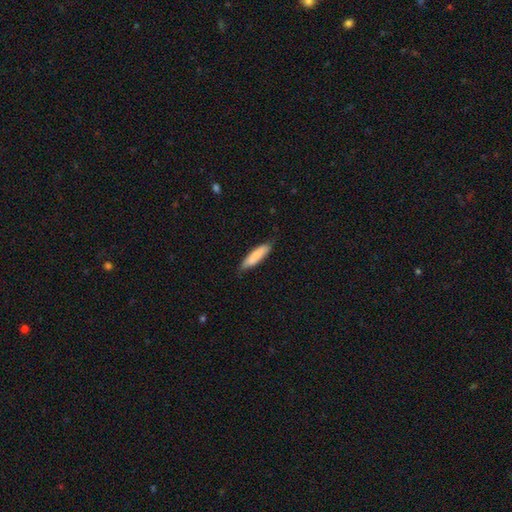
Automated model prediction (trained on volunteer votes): smooth 82%, featured or disk 12%, star or artifact 5%. Down the decision tree: how rounded — cigar-shaped (70%); merging — none (76%).